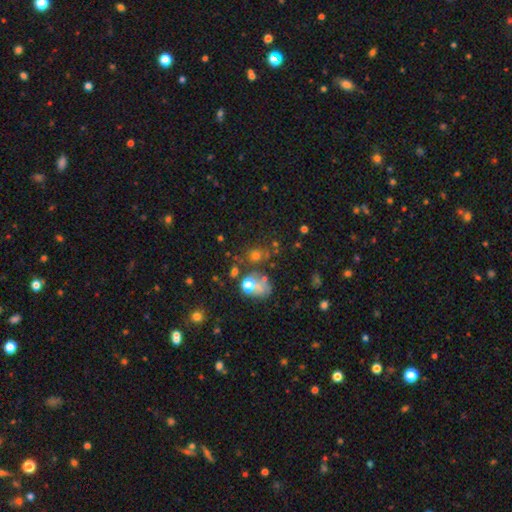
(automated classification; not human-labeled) A smooth galaxy with no disk features (56%) that is round (73%). Merging: none (54%).